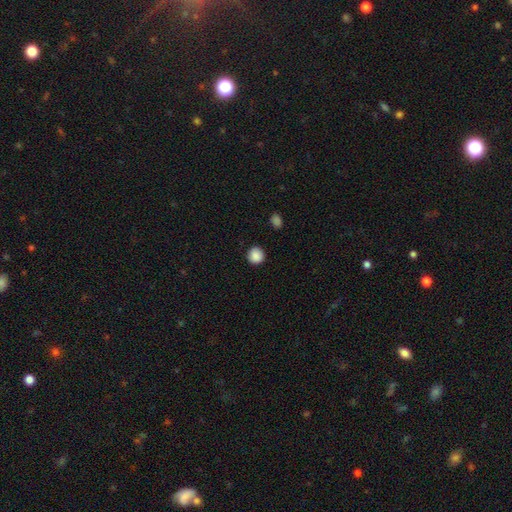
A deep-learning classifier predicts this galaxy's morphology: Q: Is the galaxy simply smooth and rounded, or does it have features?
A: smooth — 88%.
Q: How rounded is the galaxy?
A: round — 93%.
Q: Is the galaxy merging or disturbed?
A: none — 90%.